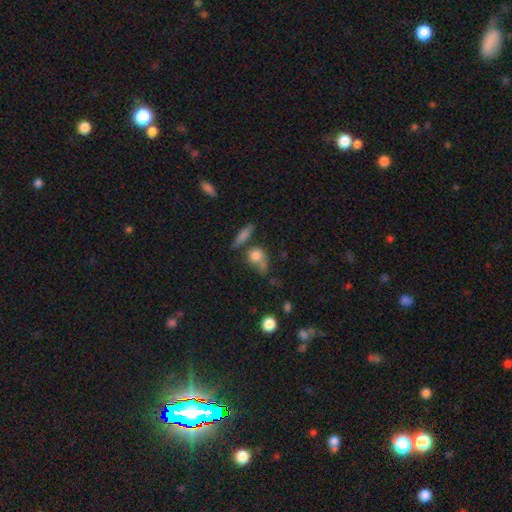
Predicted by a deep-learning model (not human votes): Q: Smooth or featured?
A: smooth (74%); runner-up: featured or disk (14%)
Q: How rounded?
A: round (65%); runner-up: in between (28%)
Q: Merging?
A: none (42%); runner-up: merger (21%)